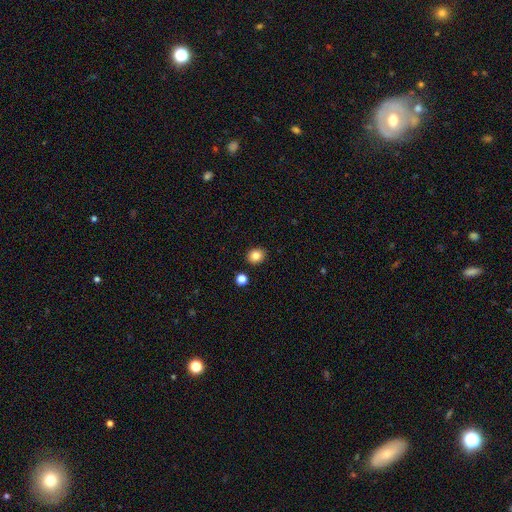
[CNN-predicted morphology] A smooth galaxy with no disk features (83%) that is round (69%).

Vote fractions:
- Smooth or featured? smooth: 83% / star or artifact: 11% / featured or disk: 6%
- How rounded? round: 69% / in between: 30% / cigar-shaped: 1%
- Merging? none: 89% / minor disturbance: 7% / merger: 3% / major disturbance: 2%